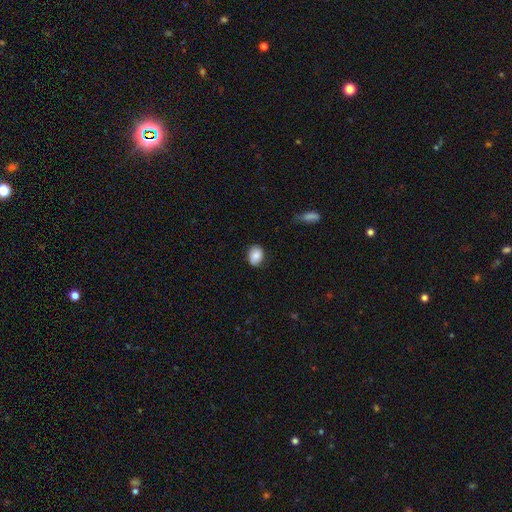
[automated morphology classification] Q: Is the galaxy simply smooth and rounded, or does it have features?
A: smooth — 80%.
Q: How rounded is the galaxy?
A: in between — 64%.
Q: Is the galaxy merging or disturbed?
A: none — 76%.